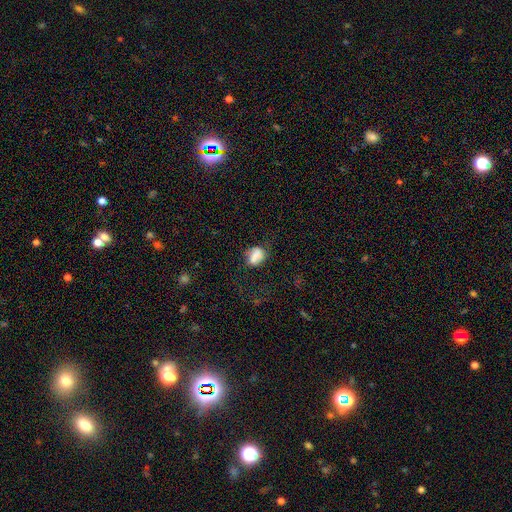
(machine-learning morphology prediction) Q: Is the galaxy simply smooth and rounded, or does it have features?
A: smooth — 71%.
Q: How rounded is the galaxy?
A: in between — 65%.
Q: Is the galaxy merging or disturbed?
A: none — 48%.